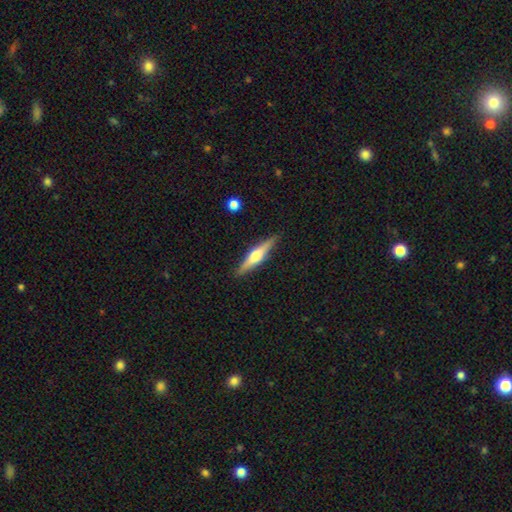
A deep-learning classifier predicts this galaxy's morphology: A featured or disk galaxy (64%) viewed edge-on (97%) with a rounded central bulge (92%).

Vote fractions:
- Smooth or featured? featured or disk: 64% / smooth: 30% / star or artifact: 6%
- Edge-on disk? yes: 97% / no: 3%
- Edge-on bulge? rounded: 92% / boxy: 5% / none: 3%
- Merging? none: 89% / minor disturbance: 8% / major disturbance: 2% / merger: 1%